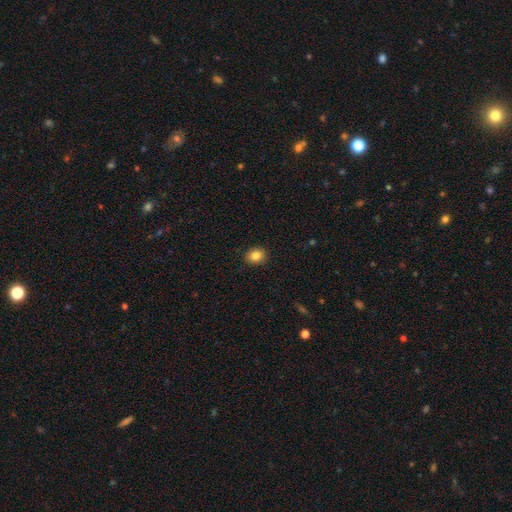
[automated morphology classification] Smooth or featured?
  - smooth: 85% *
  - star or artifact: 10%
  - featured or disk: 6%
How rounded?
  - round: 53% *
  - in between: 46%
  - cigar-shaped: 1%
Merging?
  - none: 90% *
  - minor disturbance: 7%
  - major disturbance: 2%
  - merger: 1%